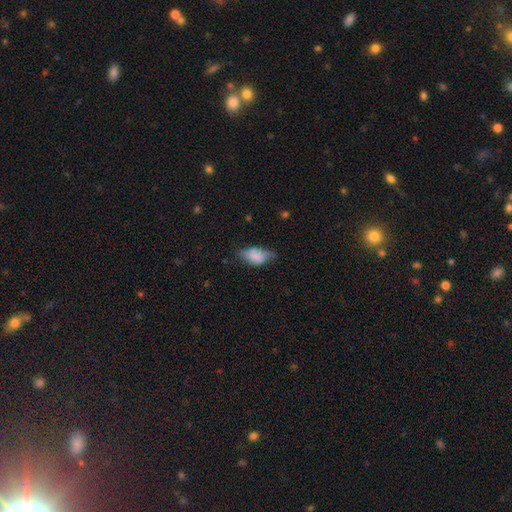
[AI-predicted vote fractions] A smooth galaxy with no disk features (71%) that is in between round and cigar-shaped (90%). Merging: minor disturbance (41%).